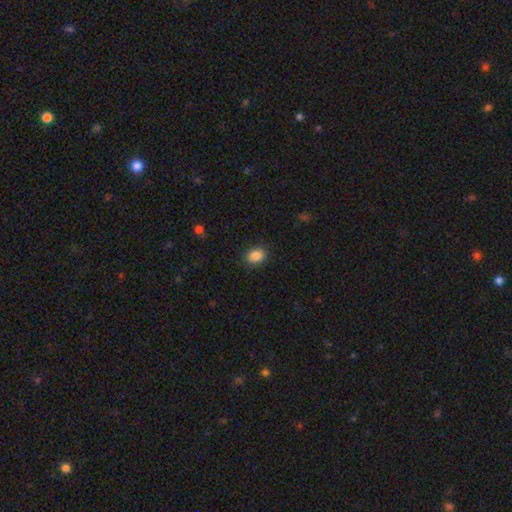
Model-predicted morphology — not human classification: Smooth or featured? Predicted: smooth (p=0.87). How rounded? Predicted: in between (p=0.56). Merging? Predicted: none (p=0.89).